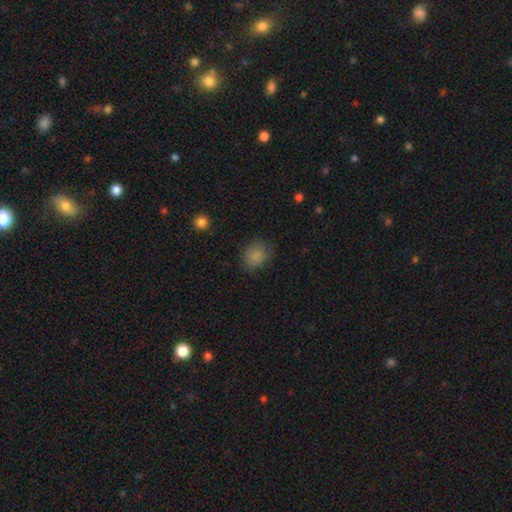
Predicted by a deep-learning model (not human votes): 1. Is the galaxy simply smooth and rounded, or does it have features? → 85% smooth, 10% star or artifact, 5% featured or disk.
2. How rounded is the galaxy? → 53% round, 46% in between, 1% cigar-shaped.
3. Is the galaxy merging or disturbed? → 75% none, 19% minor disturbance, 5% major disturbance, 1% merger.